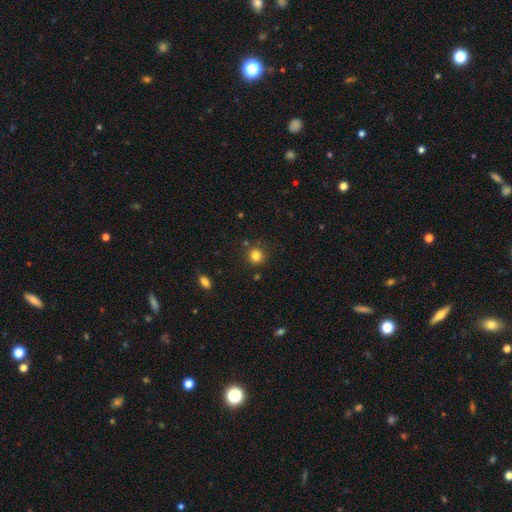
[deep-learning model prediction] Q: Smooth or featured?
A: smooth (82%); runner-up: star or artifact (13%)
Q: How rounded?
A: round (91%); runner-up: in between (8%)
Q: Merging?
A: none (84%); runner-up: minor disturbance (9%)